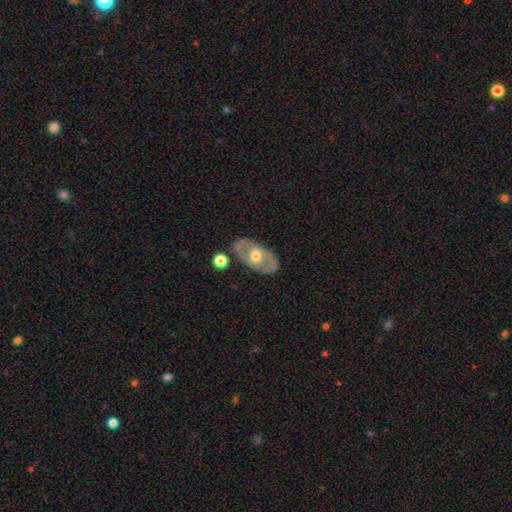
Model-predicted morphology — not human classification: Smooth or featured? Predicted: featured or disk (p=0.65). Edge-on disk? Predicted: no (p=0.88). Bar? Predicted: no (p=0.67). Spiral arms? Predicted: no (p=0.67). Bulge size? Predicted: moderate (p=0.67). Merging? Predicted: none (p=0.80).